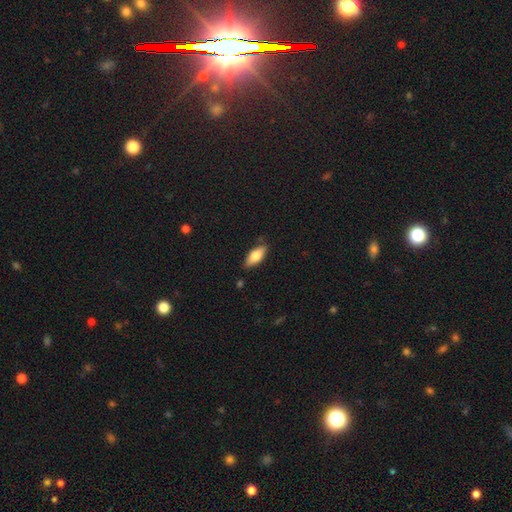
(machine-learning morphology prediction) Smooth or featured?
  - smooth: 71% *
  - featured or disk: 22%
  - star or artifact: 6%
How rounded?
  - in between: 79% *
  - cigar-shaped: 18%
  - round: 2%
Merging?
  - none: 82% *
  - minor disturbance: 13%
  - major disturbance: 2%
  - merger: 2%